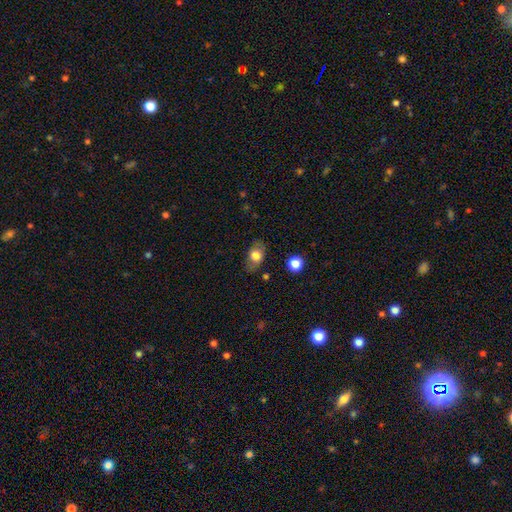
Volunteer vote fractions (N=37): Smooth or featured: smooth — 65% (featured or disk — 30%)
How rounded: in between — 79% (round — 17%)
Merging: none — 74% (minor disturbance — 20%)